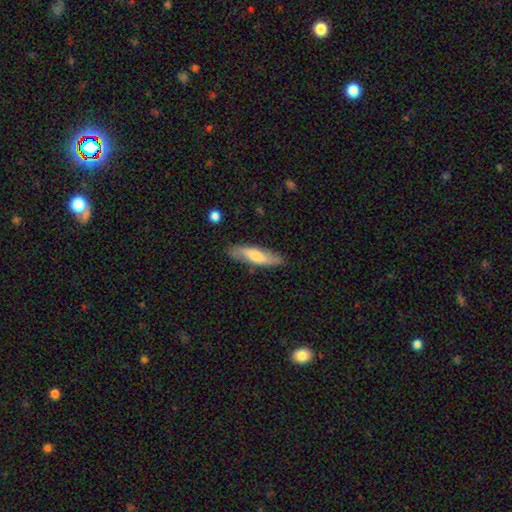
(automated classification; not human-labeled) Smooth or featured?
  - smooth: 61% *
  - featured or disk: 34%
  - star or artifact: 6%
How rounded?
  - cigar-shaped: 68% *
  - in between: 30%
  - round: 2%
Merging?
  - none: 81% *
  - minor disturbance: 14%
  - major disturbance: 3%
  - merger: 2%